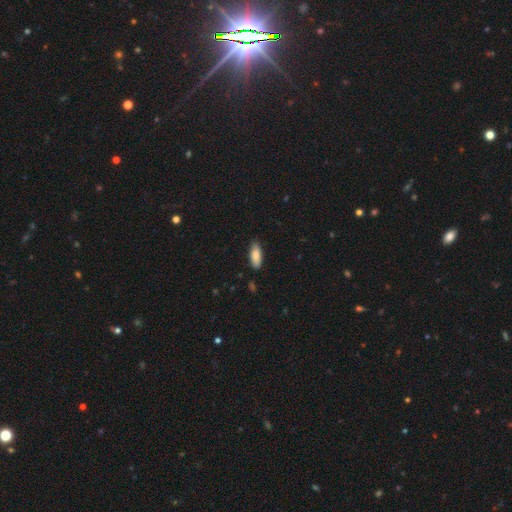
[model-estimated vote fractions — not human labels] smooth-or-featured: smooth: 85% | featured or disk: 9% | star or artifact: 6%
  how-rounded: in between: 77% | cigar-shaped: 21% | round: 2%
  merging: none: 84% | minor disturbance: 13% | major disturbance: 2% | merger: 1%